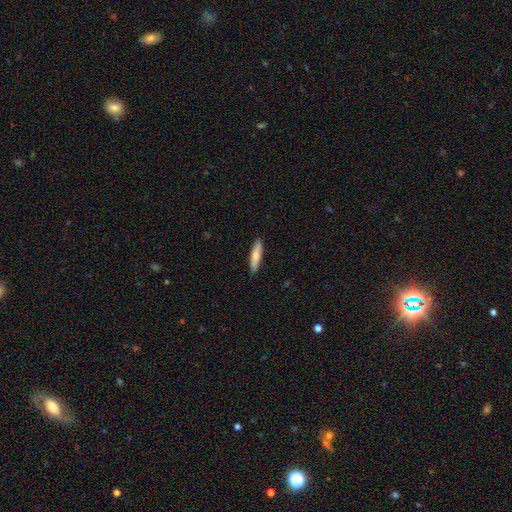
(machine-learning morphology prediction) Smooth or featured? Predicted: smooth (p=0.75). How rounded? Predicted: cigar-shaped (p=0.81). Merging? Predicted: none (p=0.90).